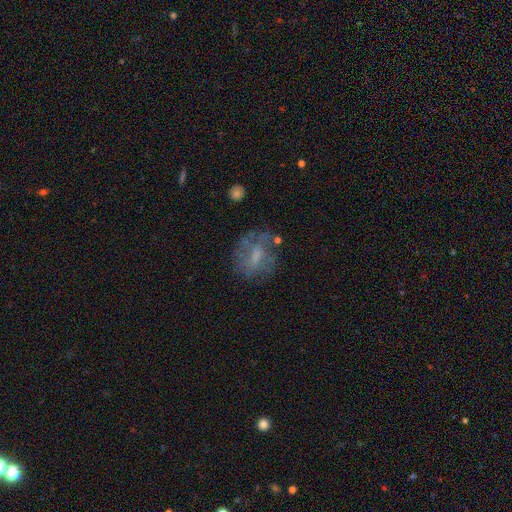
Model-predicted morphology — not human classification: smooth_or_featured: featured or disk (p=0.46) [alt: smooth p=0.42]
merging: none (p=0.58) [alt: minor disturbance p=0.21]